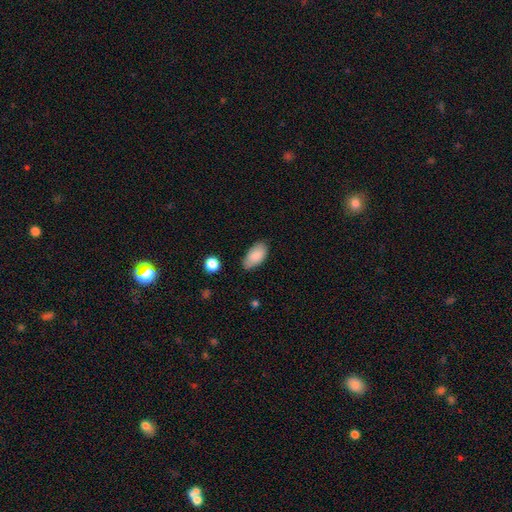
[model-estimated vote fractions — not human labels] Morphology: type=smooth (87%); roundness=in between (94%); merging=none (74%).